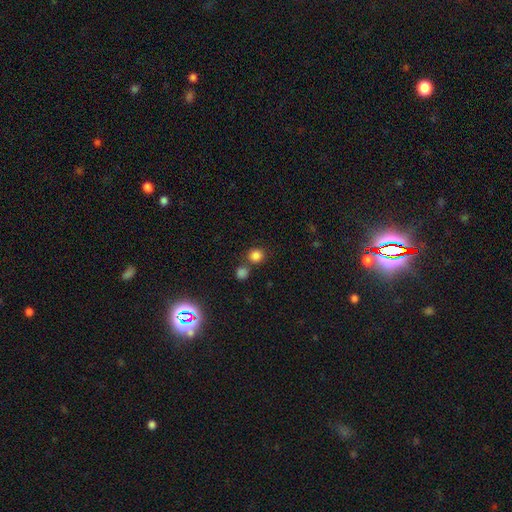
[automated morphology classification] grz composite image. It shows a smooth galaxy with no disk features (82%) that is round (90%). Merging: none (67%).